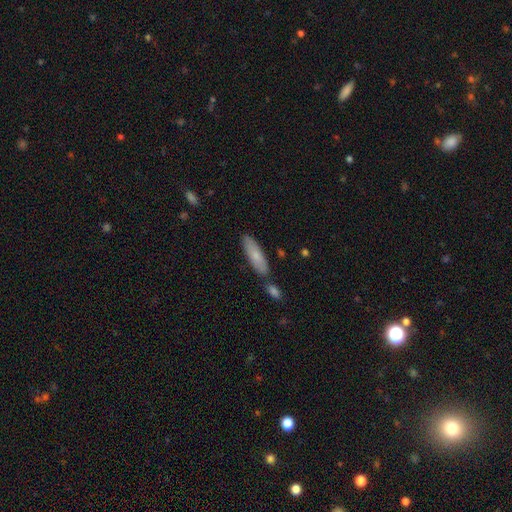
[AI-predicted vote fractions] This is likely a smooth galaxy (75%). How rounded: possibly cigar-shaped (59%). Merging: likely none (74%).